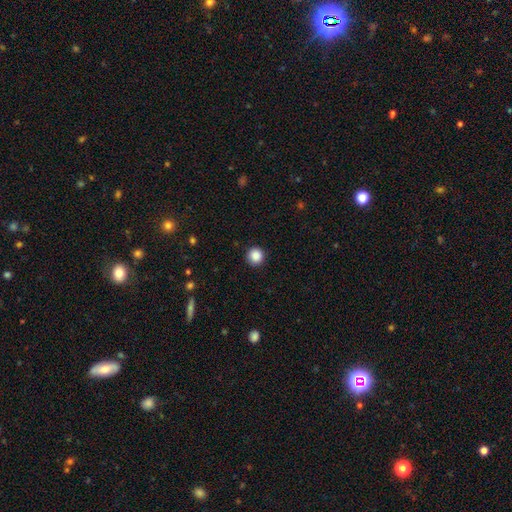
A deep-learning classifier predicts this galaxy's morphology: This appears to be a smooth galaxy with no disk features (88%) that is round (95%). Merging: none (91%).